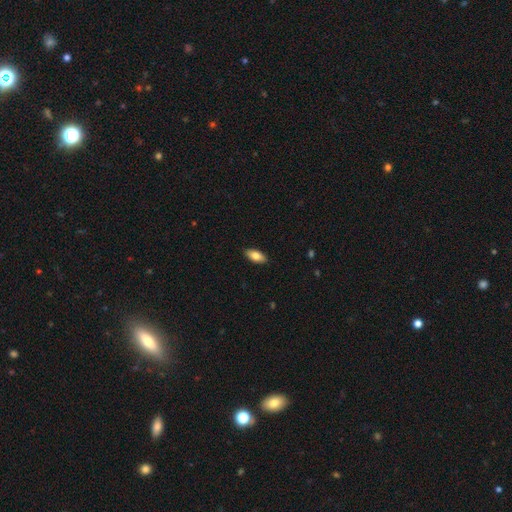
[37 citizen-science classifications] A smooth galaxy with no disk features (68%) that is in between round and cigar-shaped (92%). Merging: none (91%).